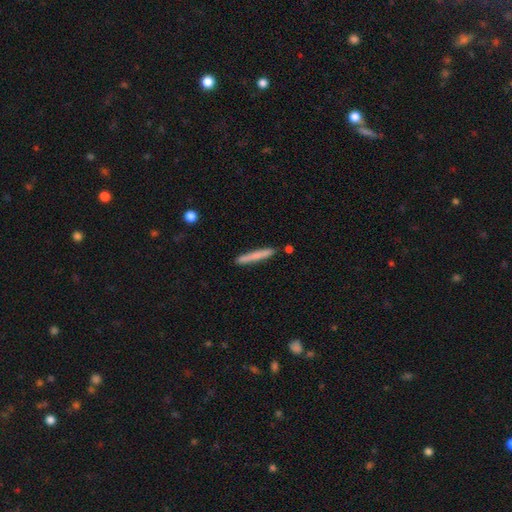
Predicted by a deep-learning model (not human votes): Smooth or featured?
  - smooth: 73% *
  - featured or disk: 21%
  - star or artifact: 6%
How rounded?
  - cigar-shaped: 96% *
  - in between: 3%
  - round: 1%
Merging?
  - none: 88% *
  - minor disturbance: 8%
  - merger: 3%
  - major disturbance: 2%